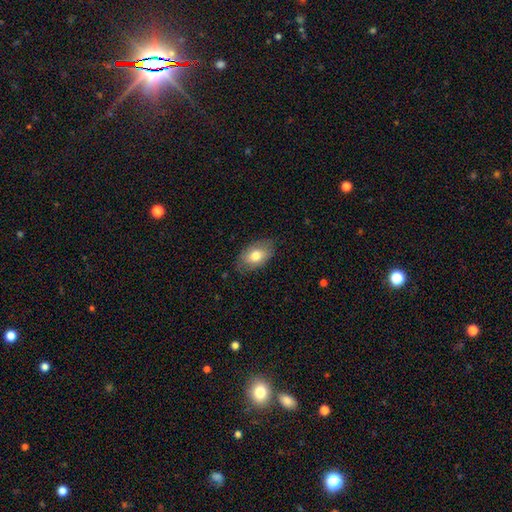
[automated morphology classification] Overall: smooth (75%). How rounded: in between (91%). Merging: none (79%).